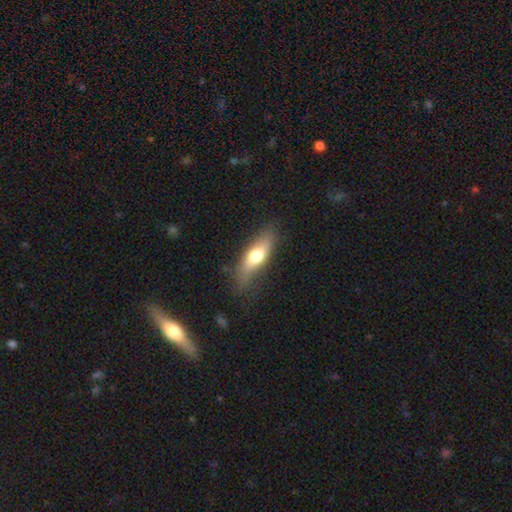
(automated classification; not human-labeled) Smooth or featured? Predicted: smooth (p=0.62). How rounded? Predicted: in between (p=0.60). Merging? Predicted: none (p=0.74).